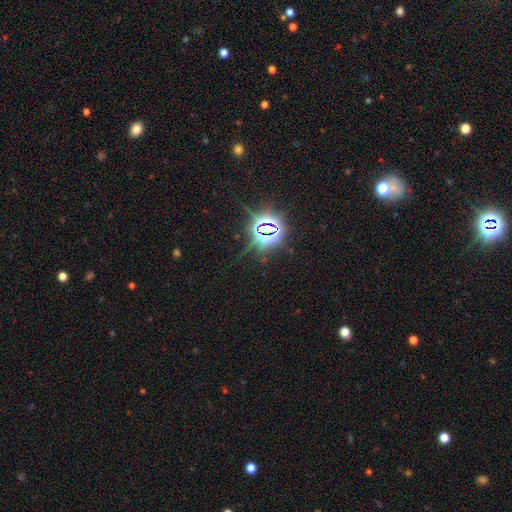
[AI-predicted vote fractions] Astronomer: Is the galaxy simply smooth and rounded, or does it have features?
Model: star or artifact — 82%.